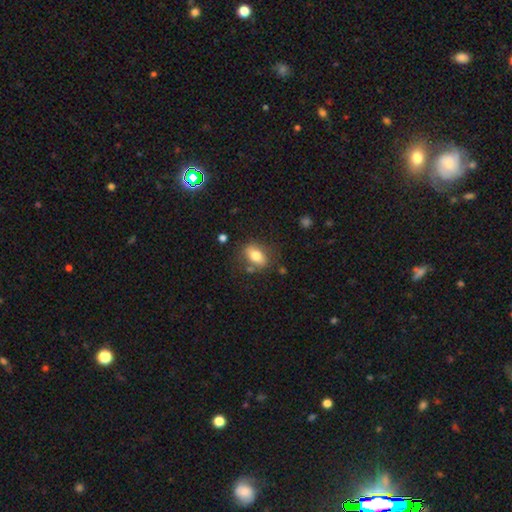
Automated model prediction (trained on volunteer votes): Smooth or featured?
  - smooth: 73% *
  - featured or disk: 19%
  - star or artifact: 8%
How rounded?
  - in between: 81% *
  - round: 15%
  - cigar-shaped: 4%
Merging?
  - none: 74% *
  - minor disturbance: 16%
  - major disturbance: 5%
  - merger: 5%